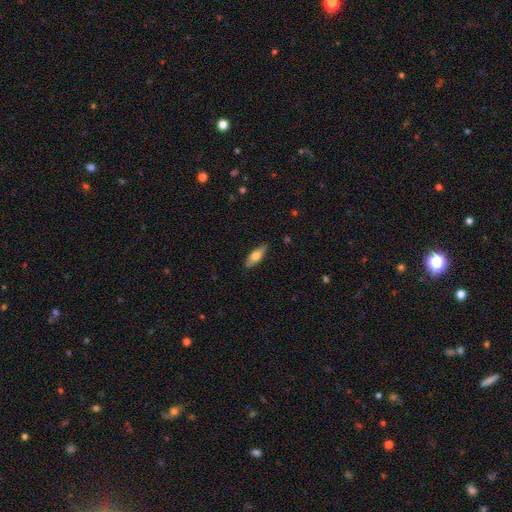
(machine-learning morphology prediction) A smooth galaxy with no disk features (64%) that is in between round and cigar-shaped (66%). Merging: none (86%).